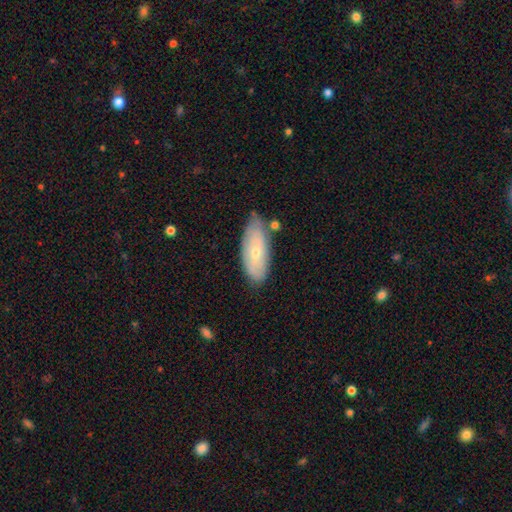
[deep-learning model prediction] Smooth or featured: smooth — 48% (featured or disk — 42%)
Merging: none — 77% (minor disturbance — 17%)